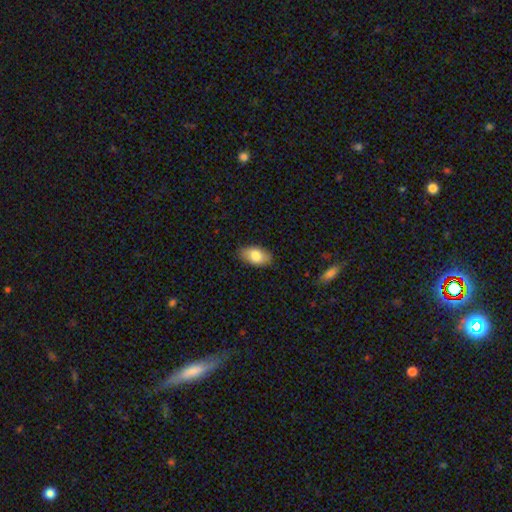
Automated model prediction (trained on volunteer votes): A smooth galaxy with no disk features (80%) that is in between round and cigar-shaped (93%). Merging: none (85%).